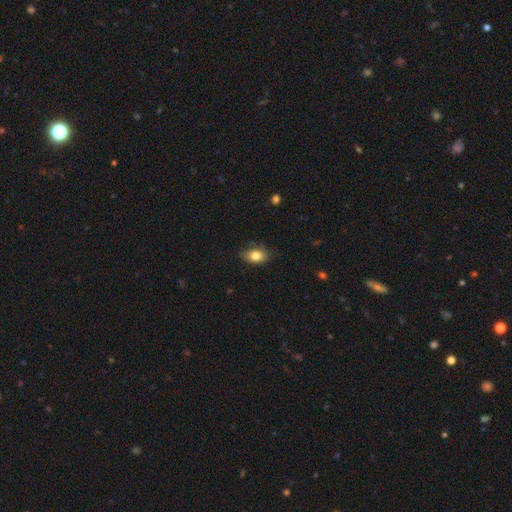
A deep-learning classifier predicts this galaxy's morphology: Q: Smooth or featured?
A: smooth (82%); runner-up: featured or disk (10%)
Q: How rounded?
A: in between (79%); runner-up: round (19%)
Q: Merging?
A: none (74%); runner-up: minor disturbance (21%)